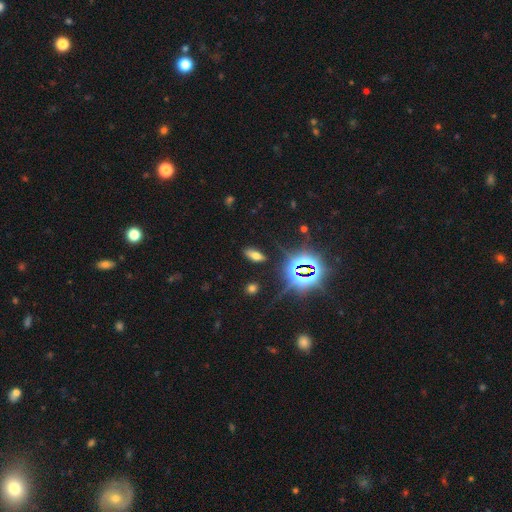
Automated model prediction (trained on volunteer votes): This appears to be a smooth galaxy with no disk features (50%) that is in between round and cigar-shaped (77%). Merging: none (87%).